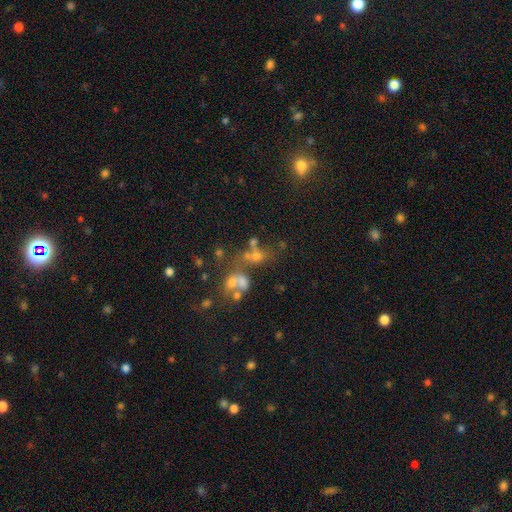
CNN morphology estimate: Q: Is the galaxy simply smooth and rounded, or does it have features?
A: smooth — 43%.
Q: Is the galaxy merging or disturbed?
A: merger — 43%.